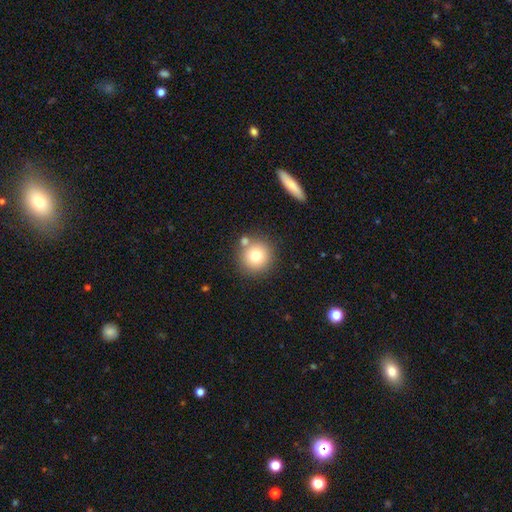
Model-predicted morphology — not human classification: type=smooth (77%); roundness=round (93%); merging=none (74%).